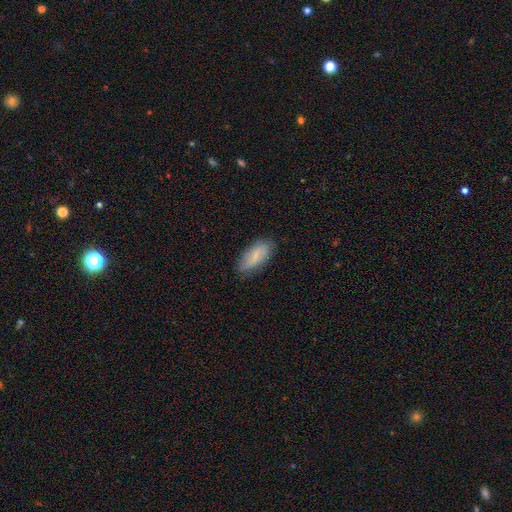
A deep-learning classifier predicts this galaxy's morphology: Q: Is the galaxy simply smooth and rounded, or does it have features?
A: smooth — 70%.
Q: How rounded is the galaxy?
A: in between — 85%.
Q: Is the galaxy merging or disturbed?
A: none — 75%.